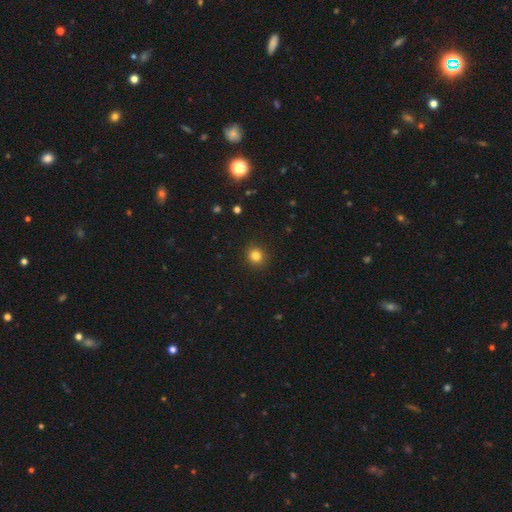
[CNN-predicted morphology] Smooth or featured: smooth — 83% (star or artifact — 12%)
How rounded: round — 90% (in between — 9%)
Merging: none — 91% (minor disturbance — 6%)